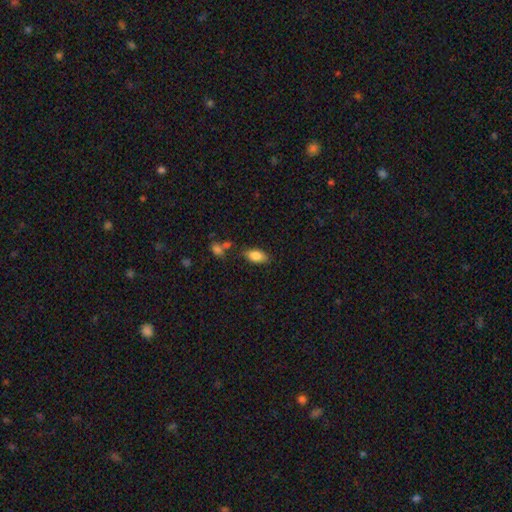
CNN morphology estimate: smooth_or_featured: smooth (p=0.84) [alt: featured or disk p=0.08]
how_rounded: in between (p=0.91) [alt: cigar-shaped p=0.05]
merging: none (p=0.76) [alt: minor disturbance p=0.14]